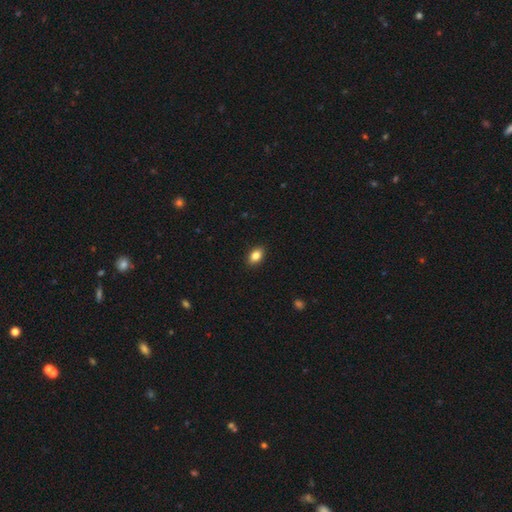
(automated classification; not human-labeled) smooth_or_featured: smooth (p=0.84) [alt: star or artifact p=0.09]
how_rounded: in between (p=0.84) [alt: round p=0.14]
merging: none (p=0.90) [alt: minor disturbance p=0.08]